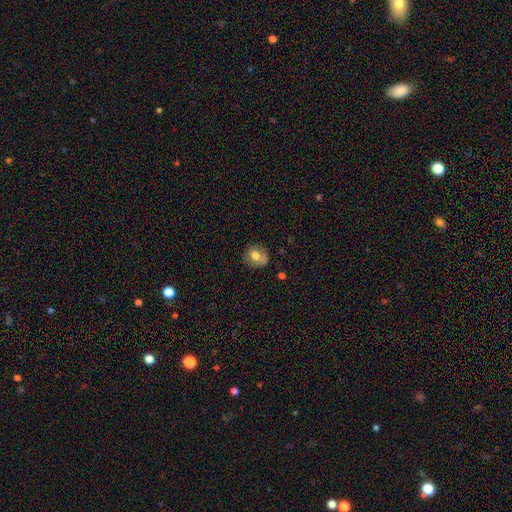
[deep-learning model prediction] Morphology: type=smooth (71%); roundness=round (74%); merging=none (70%).